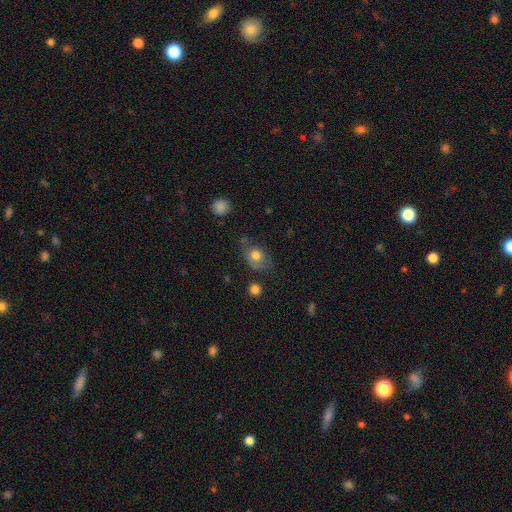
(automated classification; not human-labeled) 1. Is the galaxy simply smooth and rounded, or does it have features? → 74% smooth, 16% featured or disk, 9% star or artifact.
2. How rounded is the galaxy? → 56% in between, 42% round, 2% cigar-shaped.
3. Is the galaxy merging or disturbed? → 56% none, 29% minor disturbance, 11% major disturbance, 4% merger.